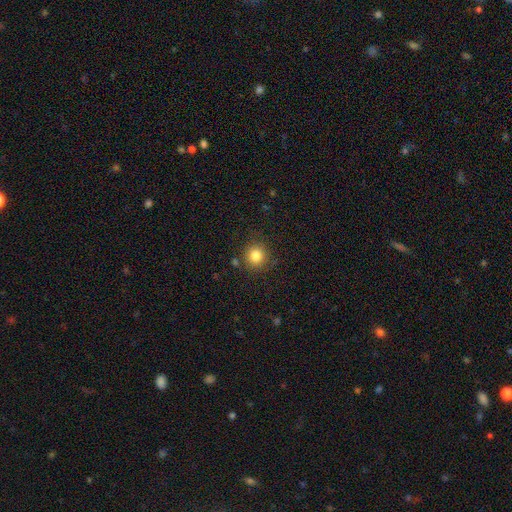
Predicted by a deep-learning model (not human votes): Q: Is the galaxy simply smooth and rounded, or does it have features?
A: smooth — 83%.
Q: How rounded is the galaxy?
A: round — 91%.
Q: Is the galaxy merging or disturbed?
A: none — 86%.